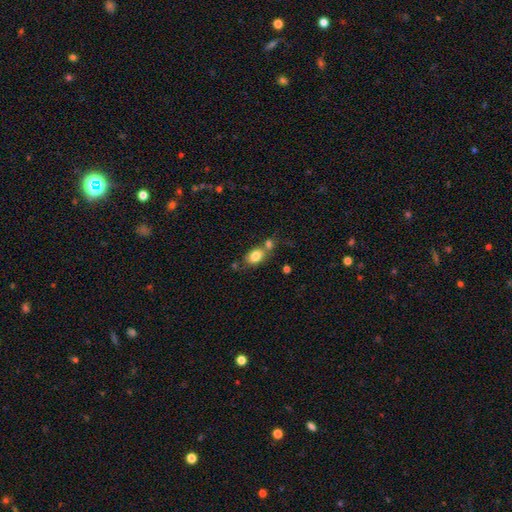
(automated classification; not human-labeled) smooth 81%, featured or disk 11%, star or artifact 8%. Down the decision tree: how rounded — in between (82%); merging — none (47%).